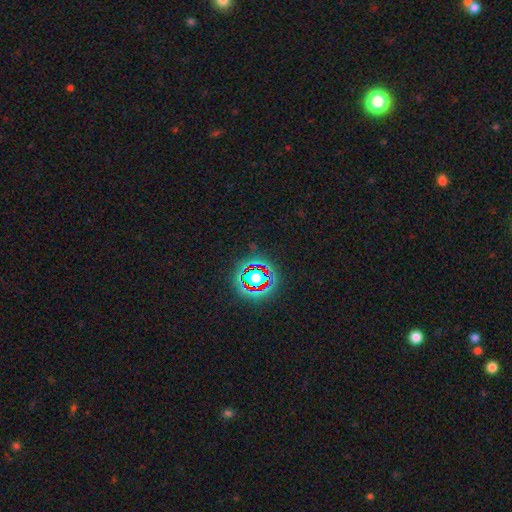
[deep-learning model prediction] Q: Smooth or featured?
A: star or artifact (78%); runner-up: smooth (13%)